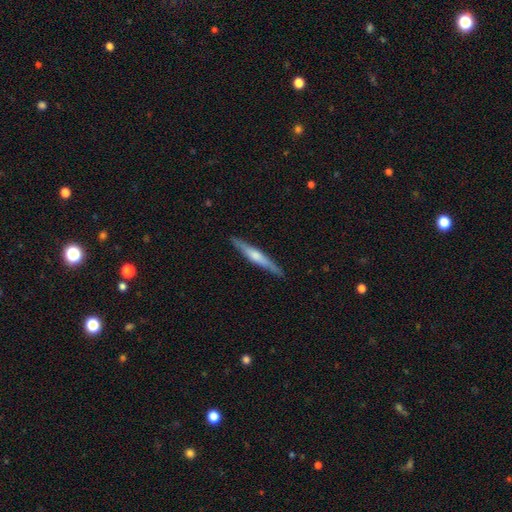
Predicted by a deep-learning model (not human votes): smooth_or_featured: featured or disk (p=0.58) [alt: smooth p=0.37]
disk_edge_on: yes (p=0.96) [alt: no p=0.04]
edge_on_bulge: rounded (p=0.64) [alt: none p=0.19]
merging: none (p=0.89) [alt: minor disturbance p=0.08]